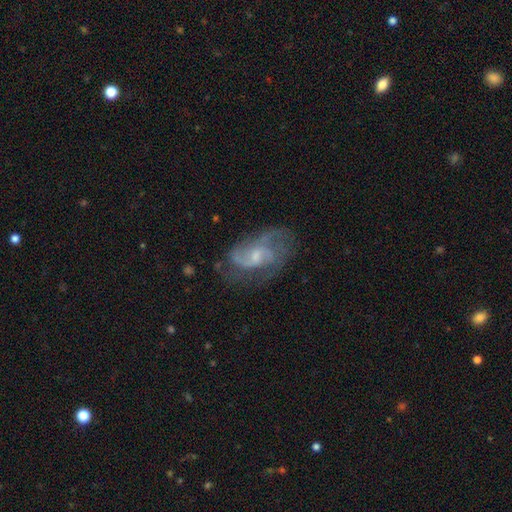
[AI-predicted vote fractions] This appears to be a featured or disk galaxy (79%) with no bar (48%), 2 (53%) medium (48%) spiral arms (91%) and a small central bulge (53%). Merging: none (59%).